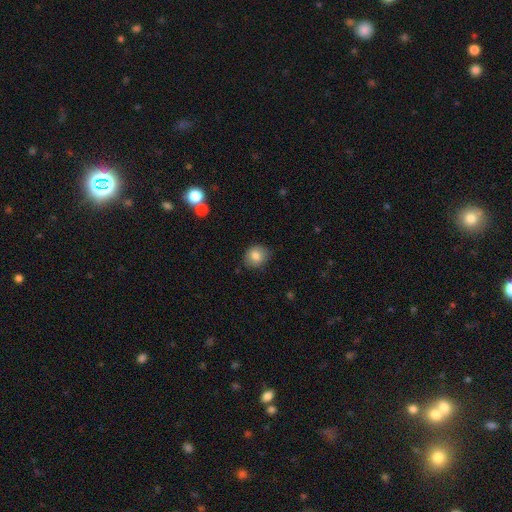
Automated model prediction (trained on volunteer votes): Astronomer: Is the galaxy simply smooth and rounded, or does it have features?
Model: smooth — 81%.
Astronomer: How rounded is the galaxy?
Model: round — 72%.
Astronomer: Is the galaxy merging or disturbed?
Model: none — 83%.